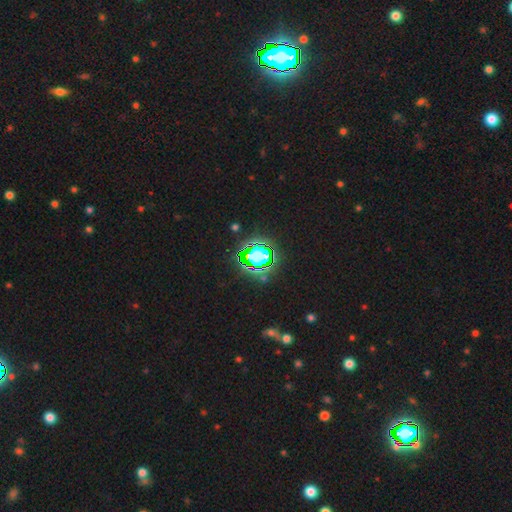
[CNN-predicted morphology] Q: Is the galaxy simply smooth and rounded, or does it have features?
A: star or artifact — 68%.